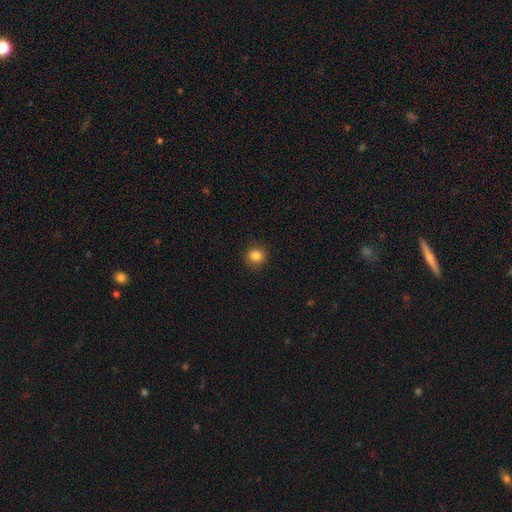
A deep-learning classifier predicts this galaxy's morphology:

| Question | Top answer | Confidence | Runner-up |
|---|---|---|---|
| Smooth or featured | smooth | 84% | star or artifact (11%) |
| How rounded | round | 84% | in between (15%) |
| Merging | none | 89% | minor disturbance (8%) |